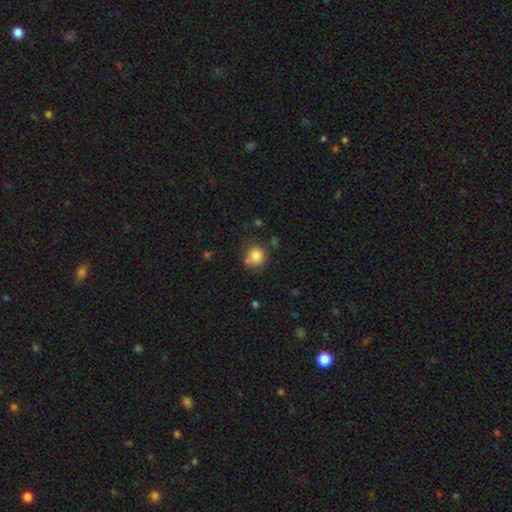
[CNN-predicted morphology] This appears to be a smooth galaxy with no disk features (83%) that is round (85%). Merging: none (69%).